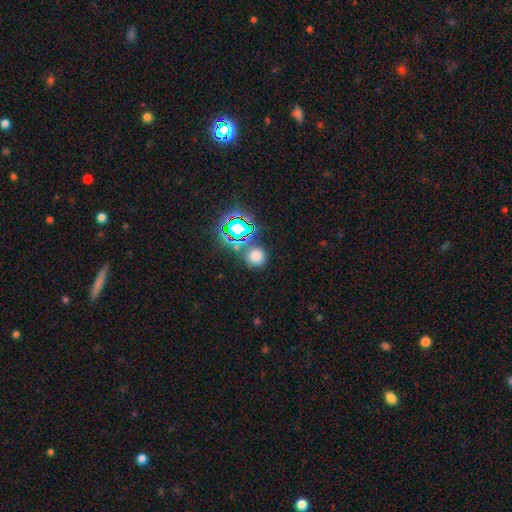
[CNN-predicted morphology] A smooth galaxy with no disk features (65%) that is round (89%).

Vote fractions:
- Smooth or featured? smooth: 65% / star or artifact: 28% / featured or disk: 7%
- How rounded? round: 89% / in between: 10% / cigar-shaped: 1%
- Merging? none: 76% / merger: 10% / minor disturbance: 10% / major disturbance: 4%